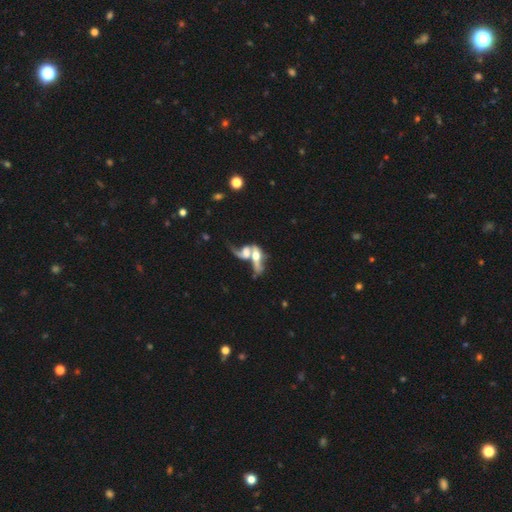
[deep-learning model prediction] Smooth or featured: featured or disk — 58% (smooth — 32%)
Edge-on disk: no — 74% (yes — 26%)
Merging: merger — 73% (major disturbance — 12%)